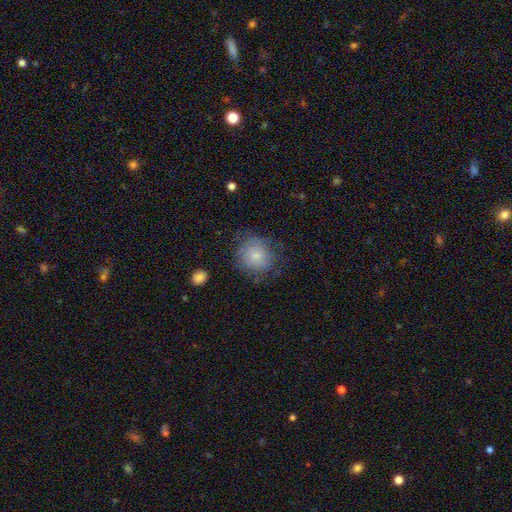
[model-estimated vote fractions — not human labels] This appears to be a smooth galaxy with no disk features (72%) that is round (80%). Merging: none (66%).